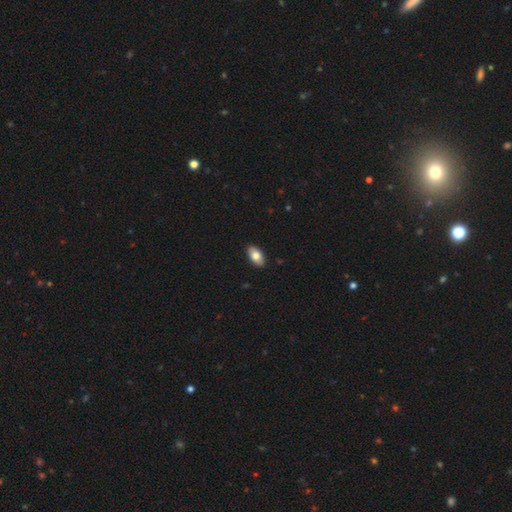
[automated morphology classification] This is clearly a smooth galaxy (80%). How rounded: clearly in between (94%). Merging: clearly none (90%).